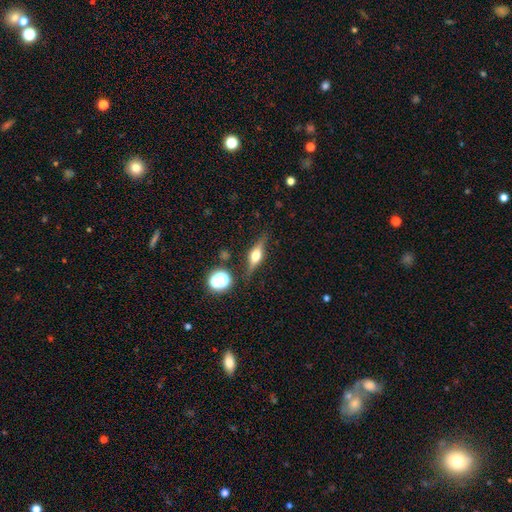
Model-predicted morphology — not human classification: Smooth or featured? featured or disk (62%)
Edge-on disk? yes (93%)
Edge-on bulge? rounded (93%)
Merging? none (83%)